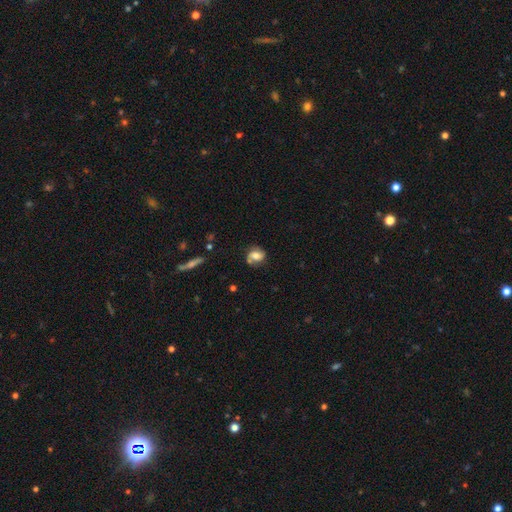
Smooth or featured: smooth — 49% (featured or disk — 44%)
How rounded: in between — 63% (round — 32%)
Merging: none — 61% (minor disturbance — 19%)